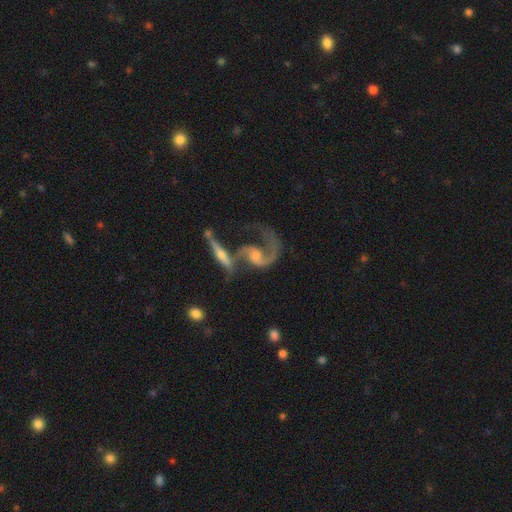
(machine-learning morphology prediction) Smooth or featured?
  - featured or disk: 85% *
  - smooth: 9%
  - star or artifact: 7%
Edge-on disk?
  - no: 92% *
  - yes: 8%
Bar?
  - no: 55% *
  - weak: 34%
  - strong: 11%
Spiral arms?
  - yes: 93% *
  - no: 7%
Spiral winding?
  - loose: 49% *
  - medium: 39%
  - tight: 11%
Spiral arm count?
  - 2: 57% *
  - 1: 36%
  - can't tell: 4%
  - 3: 1%
  - 4: 1%
  - more than 4: 1%
Bulge size?
  - moderate: 45% *
  - small: 36%
  - none: 11%
  - large: 7%
  - dominant: 2%
Merging?
  - merger: 40% *
  - none: 30%
  - major disturbance: 19%
  - minor disturbance: 11%